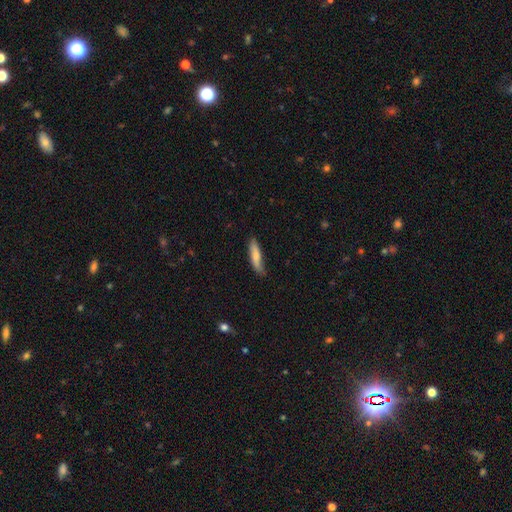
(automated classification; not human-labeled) smooth_or_featured: smooth (p=0.76) [alt: featured or disk p=0.18]
how_rounded: cigar-shaped (p=0.75) [alt: in between p=0.24]
merging: none (p=0.66) [alt: minor disturbance p=0.27]